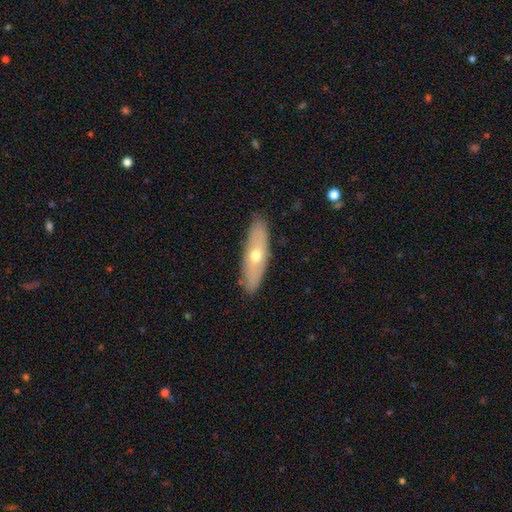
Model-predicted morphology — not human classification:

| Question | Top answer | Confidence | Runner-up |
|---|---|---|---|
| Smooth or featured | smooth | 51% | featured or disk (43%) |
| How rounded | cigar-shaped | 52% | in between (45%) |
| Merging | none | 85% | minor disturbance (11%) |